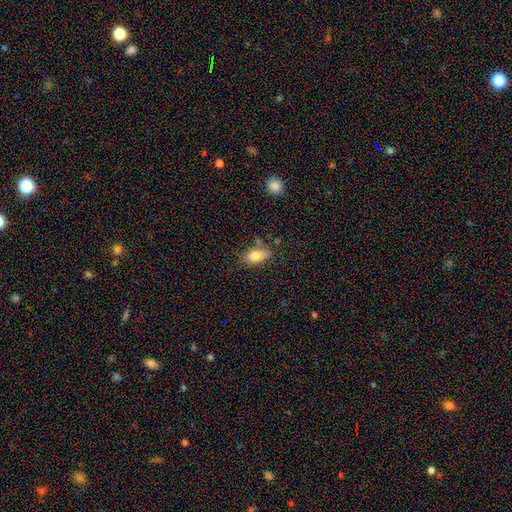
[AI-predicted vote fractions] Smooth or featured?
  - smooth: 79% *
  - featured or disk: 13%
  - star or artifact: 9%
How rounded?
  - in between: 86% *
  - round: 7%
  - cigar-shaped: 7%
Merging?
  - none: 61% *
  - minor disturbance: 23%
  - merger: 9%
  - major disturbance: 7%